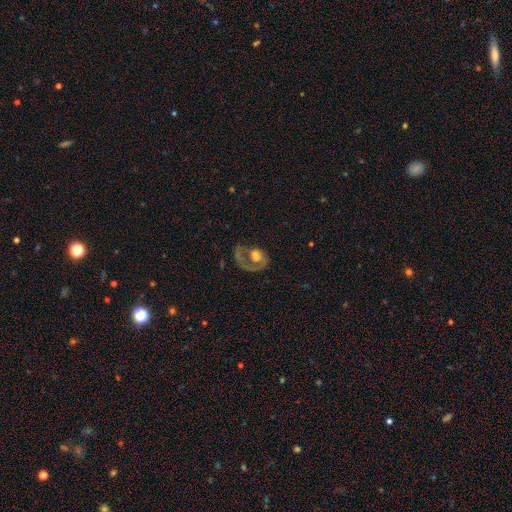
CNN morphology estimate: A featured or disk galaxy (62%) with no bar (80%), spiral arms (54%) and a moderate central bulge (44%). Merging: major disturbance (45%).